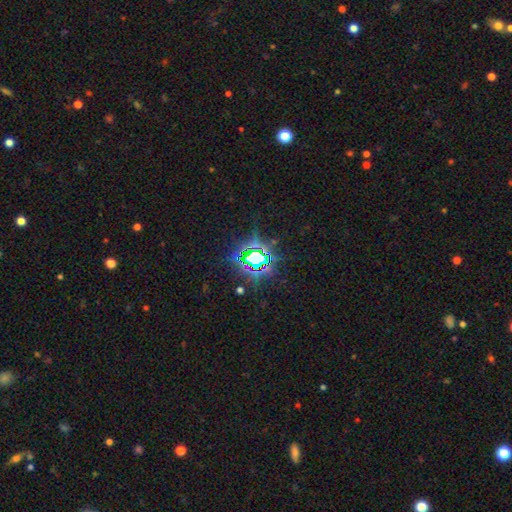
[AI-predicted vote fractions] A star or artifact, not a galaxy (78%).

Vote fractions:
- Smooth or featured? star or artifact: 78% / smooth: 12% / featured or disk: 10%